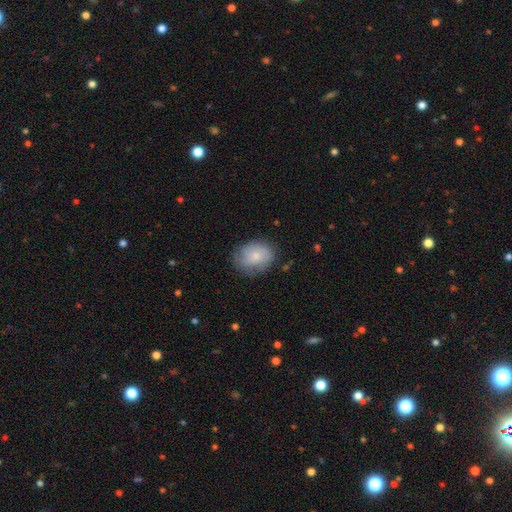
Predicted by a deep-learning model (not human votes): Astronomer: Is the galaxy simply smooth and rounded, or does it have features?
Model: smooth — 65%.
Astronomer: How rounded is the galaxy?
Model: in between — 56% (runner-up: round, 43%).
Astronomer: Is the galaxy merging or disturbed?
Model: none — 70%.